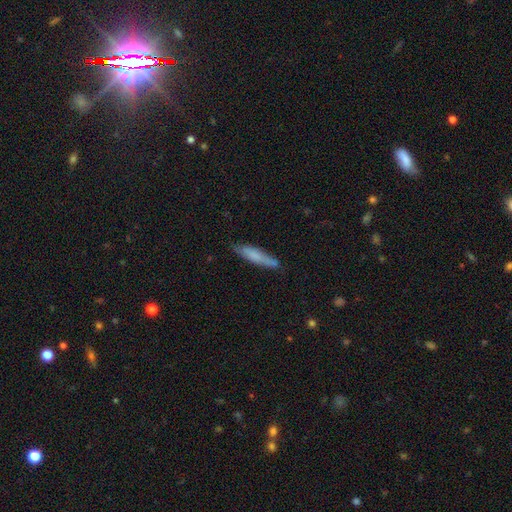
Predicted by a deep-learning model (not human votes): This is likely a smooth galaxy (68%). How rounded: clearly cigar-shaped (85%). Merging: likely none (75%).